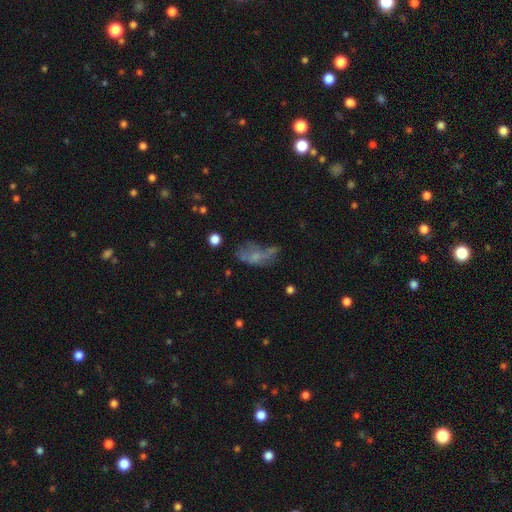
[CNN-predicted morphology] Q: Smooth or featured?
A: smooth (47%); runner-up: featured or disk (37%)
Q: Merging?
A: none (32%); runner-up: major disturbance (31%)